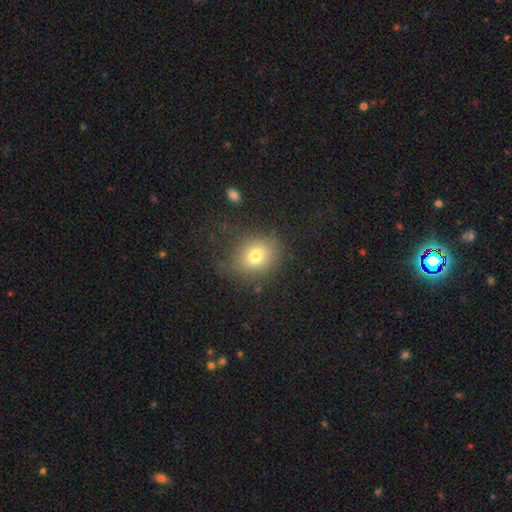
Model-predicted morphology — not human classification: This appears to be a smooth galaxy with no disk features (73%) that is round (66%). Merging: none (70%).